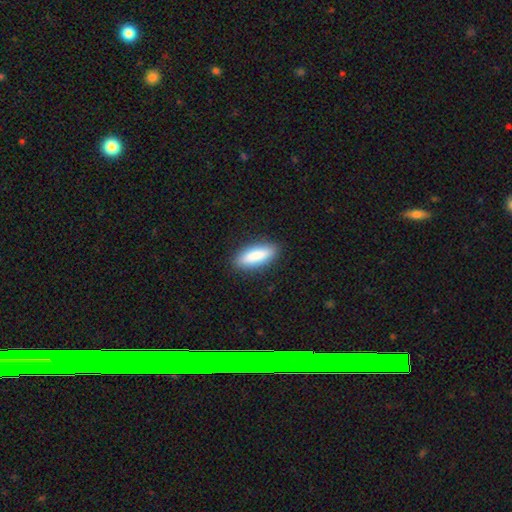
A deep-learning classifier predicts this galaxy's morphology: smooth 86%, featured or disk 9%, star or artifact 6%. Down the decision tree: how rounded — in between (62%); merging — none (88%).